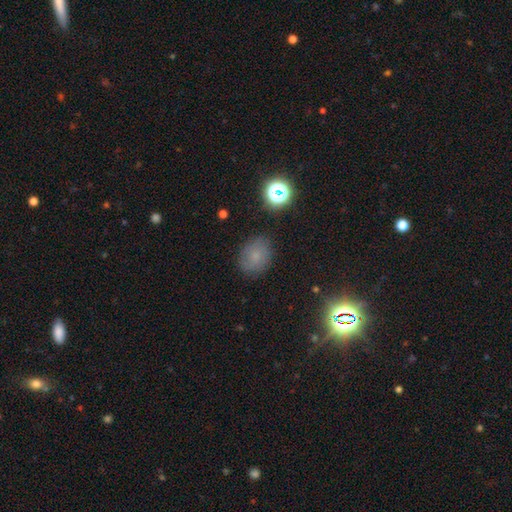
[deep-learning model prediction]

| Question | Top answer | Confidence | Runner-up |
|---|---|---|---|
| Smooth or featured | smooth | 67% | star or artifact (18%) |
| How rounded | in between | 51% | round (48%) |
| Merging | none | 79% | minor disturbance (15%) |